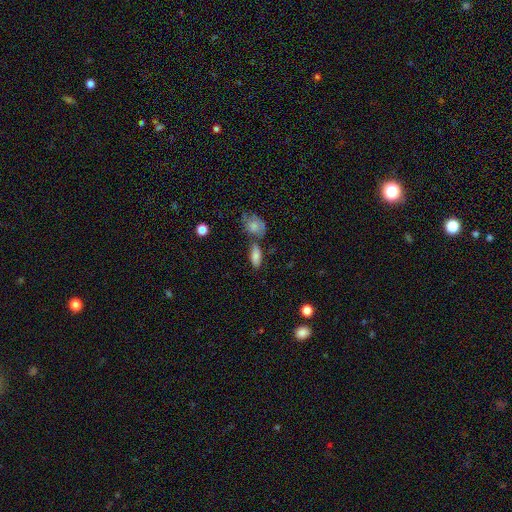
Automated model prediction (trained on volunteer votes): smooth 79%, featured or disk 13%, star or artifact 8%. Down the decision tree: how rounded — in between (84%); merging — none (60%).